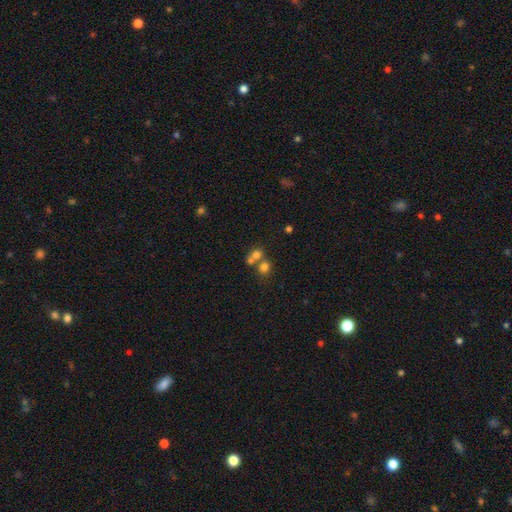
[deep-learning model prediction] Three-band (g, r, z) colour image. It shows a smooth galaxy with no disk features (68%) that is round (67%). Merging: merger (55%).